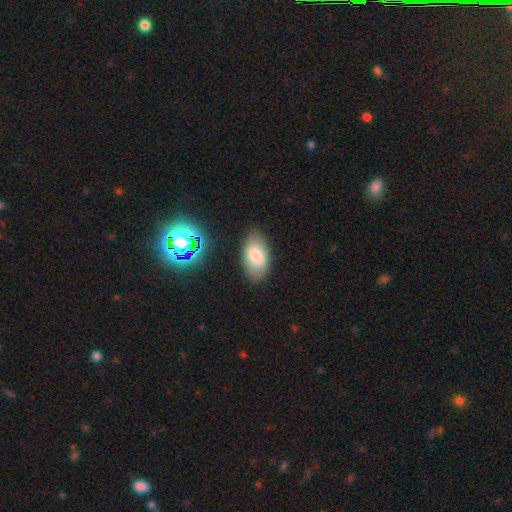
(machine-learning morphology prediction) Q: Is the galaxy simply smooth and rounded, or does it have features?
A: smooth — 78%.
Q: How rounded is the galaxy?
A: in between — 94%.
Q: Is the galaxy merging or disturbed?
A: none — 82%.